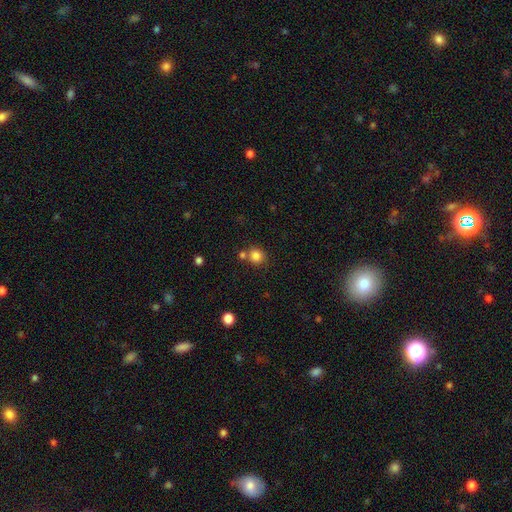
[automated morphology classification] Smooth or featured? Predicted: smooth (p=0.84). How rounded? Predicted: round (p=0.88). Merging? Predicted: none (p=0.68).